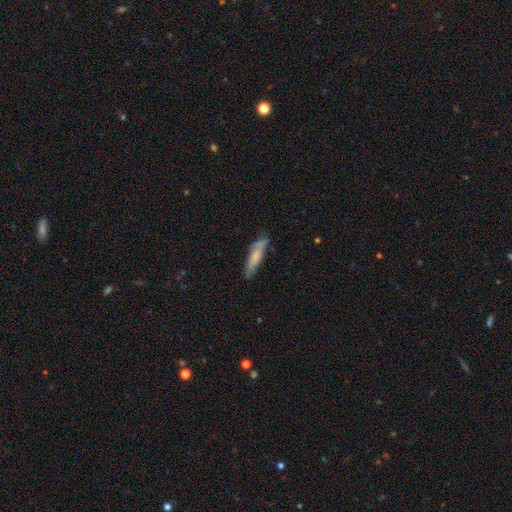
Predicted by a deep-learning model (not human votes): This is likely a smooth galaxy (64%). How rounded: likely cigar-shaped (80%). Merging: likely none (68%).